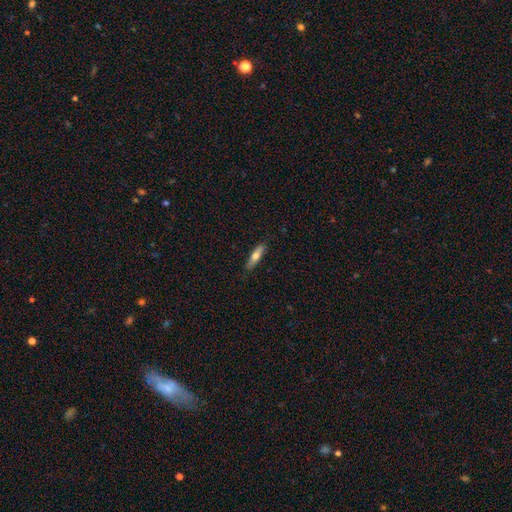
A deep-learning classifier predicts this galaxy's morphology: type=smooth (64%); roundness=cigar-shaped (71%); merging=none (87%).